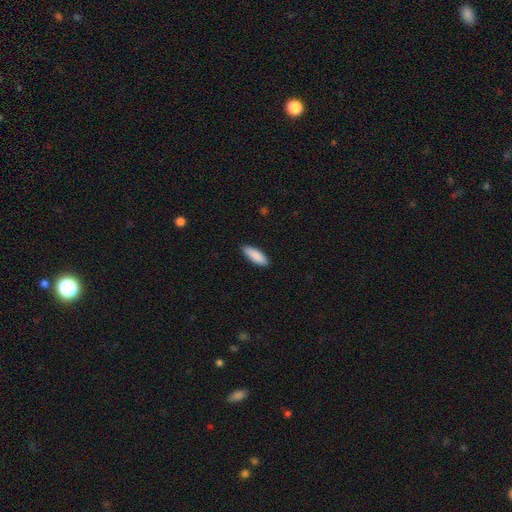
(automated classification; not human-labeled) Q: Smooth or featured?
A: smooth (90%); runner-up: star or artifact (5%)
Q: How rounded?
A: in between (64%); runner-up: cigar-shaped (34%)
Q: Merging?
A: none (89%); runner-up: minor disturbance (9%)